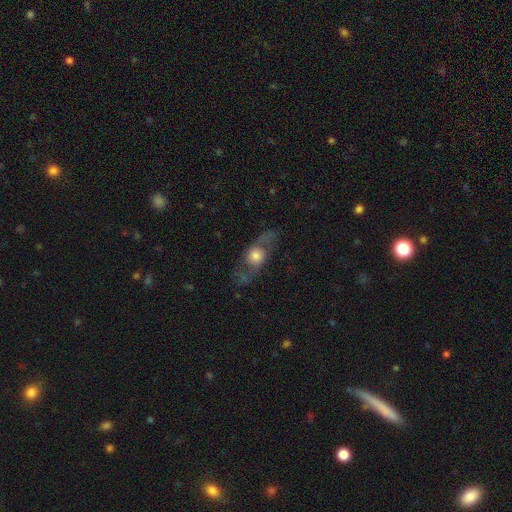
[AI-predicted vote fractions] Overall: featured or disk (55%; smooth 37%). Edge-on disk: no (63%; yes 37%). Merging: none (61%).